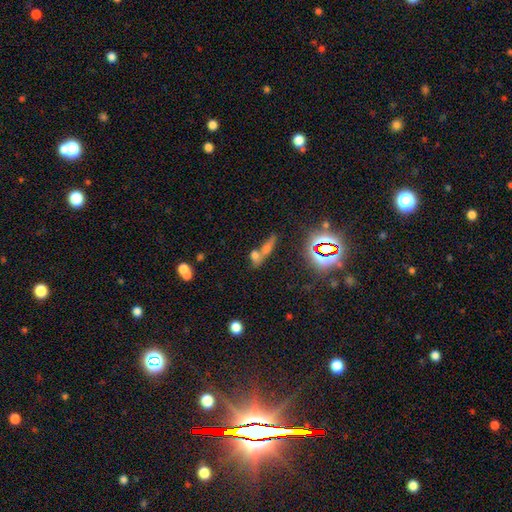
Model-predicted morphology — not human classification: Smooth or featured? smooth (57%)
How rounded? in between (46%)
Merging? merger (56%)